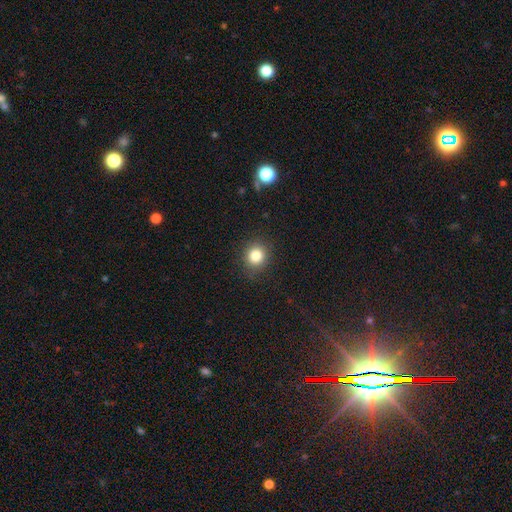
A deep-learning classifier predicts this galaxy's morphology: Smooth or featured?
  - smooth: 82% *
  - star or artifact: 12%
  - featured or disk: 6%
How rounded?
  - round: 83% *
  - in between: 16%
  - cigar-shaped: 1%
Merging?
  - none: 88% *
  - minor disturbance: 8%
  - major disturbance: 3%
  - merger: 1%